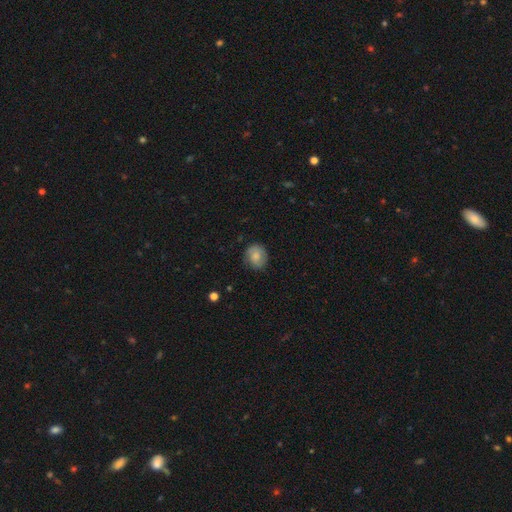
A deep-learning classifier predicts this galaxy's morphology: A smooth galaxy with no disk features (68%) that is round (75%).

Vote fractions:
- Smooth or featured? smooth: 68% / featured or disk: 24% / star or artifact: 8%
- How rounded? round: 75% / in between: 24% / cigar-shaped: 1%
- Merging? none: 75% / minor disturbance: 19% / major disturbance: 5% / merger: 1%